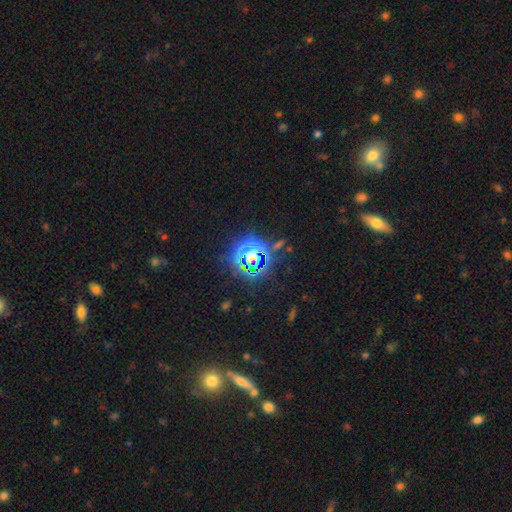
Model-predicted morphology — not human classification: This is likely a star or artifact rather than a galaxy (75%).